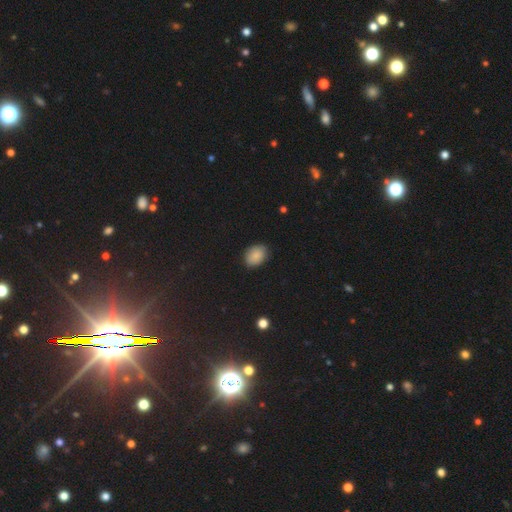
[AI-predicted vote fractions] Smooth or featured?
  - smooth: 85% *
  - star or artifact: 9%
  - featured or disk: 6%
How rounded?
  - in between: 73% *
  - round: 25%
  - cigar-shaped: 1%
Merging?
  - none: 80% *
  - minor disturbance: 16%
  - major disturbance: 3%
  - merger: 1%